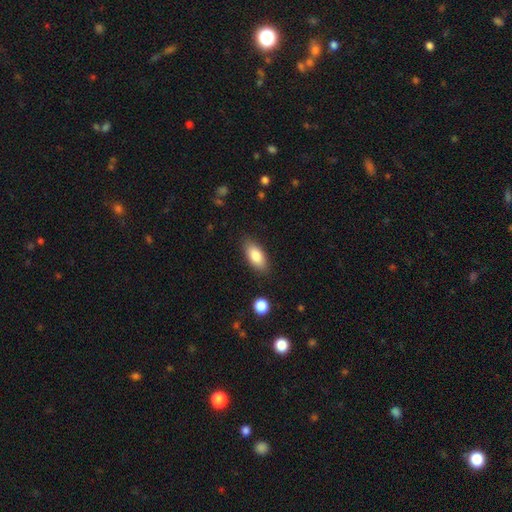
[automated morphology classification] Smooth or featured?
  - smooth: 83% *
  - featured or disk: 10%
  - star or artifact: 7%
How rounded?
  - in between: 86% *
  - cigar-shaped: 12%
  - round: 3%
Merging?
  - none: 85% *
  - minor disturbance: 11%
  - major disturbance: 3%
  - merger: 2%